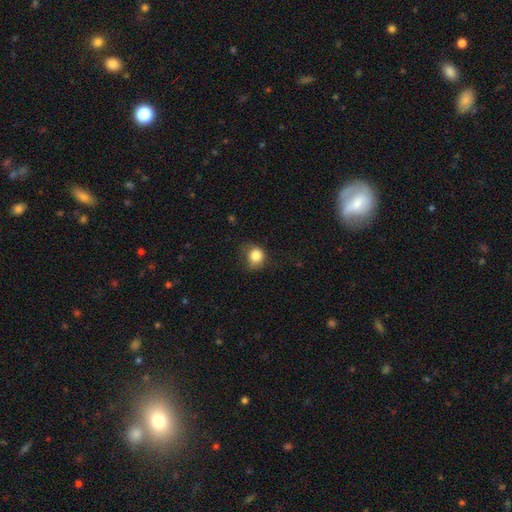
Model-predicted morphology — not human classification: Smooth or featured?
  - smooth: 83% *
  - star or artifact: 10%
  - featured or disk: 7%
How rounded?
  - round: 72% *
  - in between: 27%
  - cigar-shaped: 1%
Merging?
  - none: 60% *
  - minor disturbance: 28%
  - major disturbance: 11%
  - merger: 1%